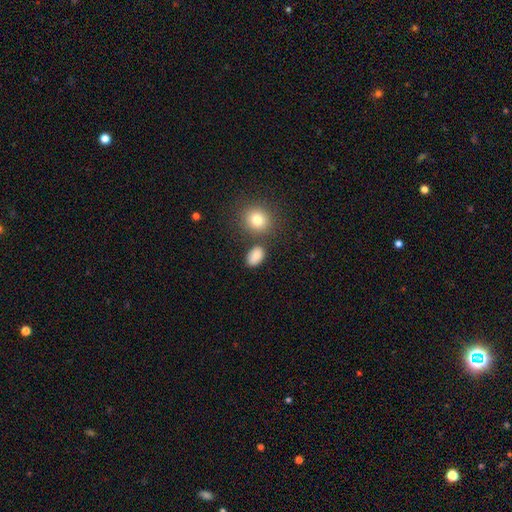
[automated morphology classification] This appears to be a smooth galaxy with no disk features (85%) that is in between round and cigar-shaped (81%). Merging: none (75%).